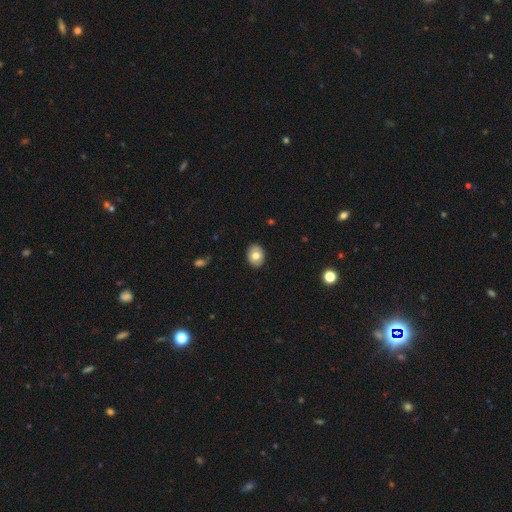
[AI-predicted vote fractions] Smooth or featured? Predicted: smooth (p=0.72). How rounded? Predicted: in between (p=0.57). Merging? Predicted: none (p=0.88).